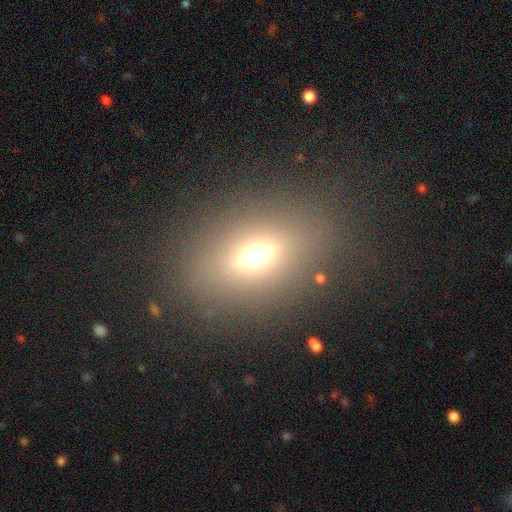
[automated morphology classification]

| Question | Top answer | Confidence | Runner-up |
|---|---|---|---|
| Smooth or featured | smooth | 57% | featured or disk (24%) |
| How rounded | in between | 74% | round (19%) |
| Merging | none | 83% | minor disturbance (9%) |